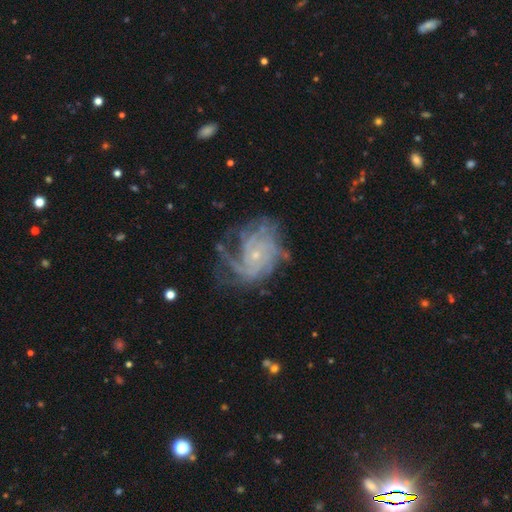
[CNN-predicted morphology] smooth_or_featured: featured or disk (p=0.85) [alt: star or artifact p=0.08]
disk_edge_on: no (p=0.98) [alt: yes p=0.02]
bar: no (p=0.77) [alt: weak p=0.19]
has_spiral_arms: yes (p=0.95) [alt: no p=0.05]
spiral_winding: tight (p=0.59) [alt: medium p=0.31]
spiral_arm_count: can't tell (p=0.32) [alt: 4 p=0.19]
bulge_size: small (p=0.83) [alt: moderate p=0.12]
merging: none (p=0.55) [alt: minor disturbance p=0.22]